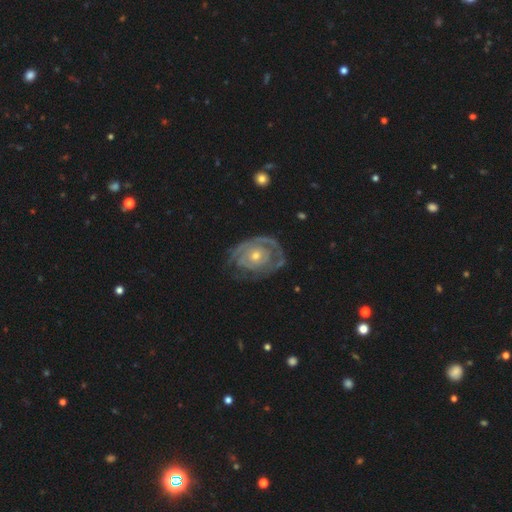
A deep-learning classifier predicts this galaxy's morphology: Smooth or featured? featured or disk (80%)
Edge-on disk? no (96%)
Bar? no (83%)
Spiral arms? yes (77%)
Spiral winding? tight (72%)
Spiral arm count? can't tell (43%)
Bulge size? small (56%)
Merging? none (63%)